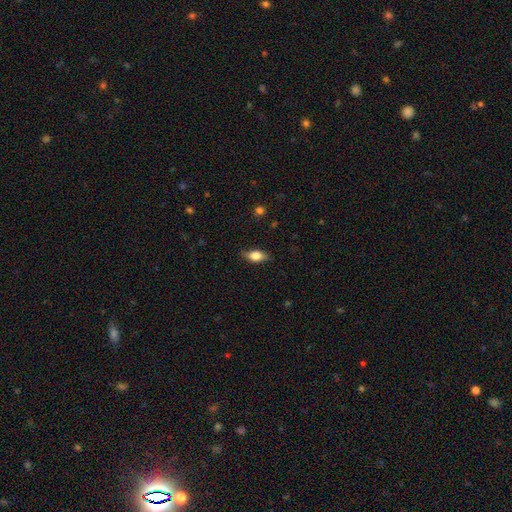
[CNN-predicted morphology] Q: Smooth or featured?
A: smooth (73%); runner-up: featured or disk (20%)
Q: How rounded?
A: in between (81%); runner-up: cigar-shaped (11%)
Q: Merging?
A: none (81%); runner-up: minor disturbance (15%)